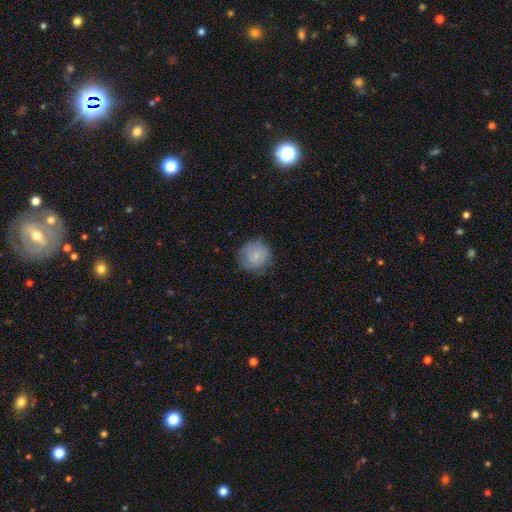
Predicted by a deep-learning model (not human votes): Smooth or featured: smooth — 73% (featured or disk — 20%)
How rounded: round — 91% (in between — 8%)
Merging: none — 78% (minor disturbance — 16%)